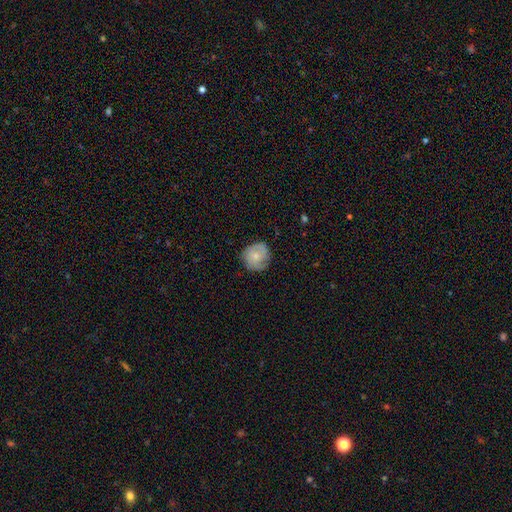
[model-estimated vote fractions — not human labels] Smooth or featured?
  - smooth: 51% *
  - featured or disk: 42%
  - star or artifact: 7%
How rounded?
  - round: 87% *
  - in between: 12%
  - cigar-shaped: 1%
Merging?
  - none: 77% *
  - minor disturbance: 18%
  - major disturbance: 4%
  - merger: 1%